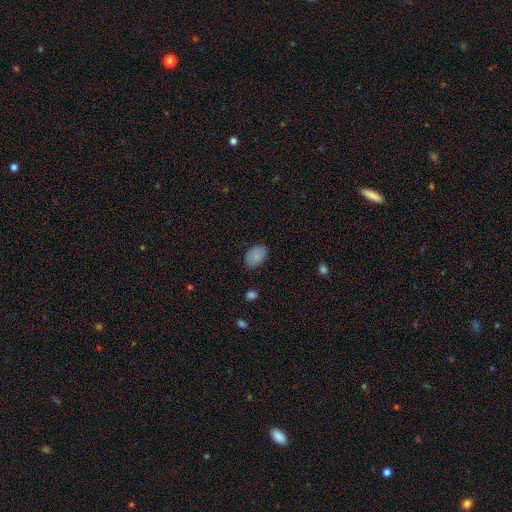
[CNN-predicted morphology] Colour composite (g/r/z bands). It shows a smooth galaxy with no disk features (85%) that is in between round and cigar-shaped (86%). Merging: none (82%).